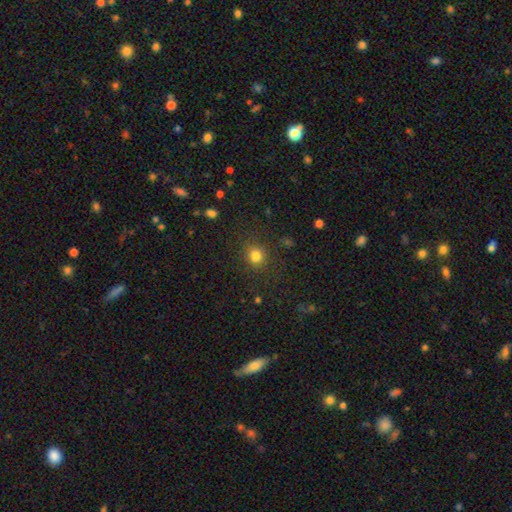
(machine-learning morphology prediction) smooth 80%, star or artifact 15%, featured or disk 5%. Down the decision tree: how rounded — round (78%); merging — none (83%).